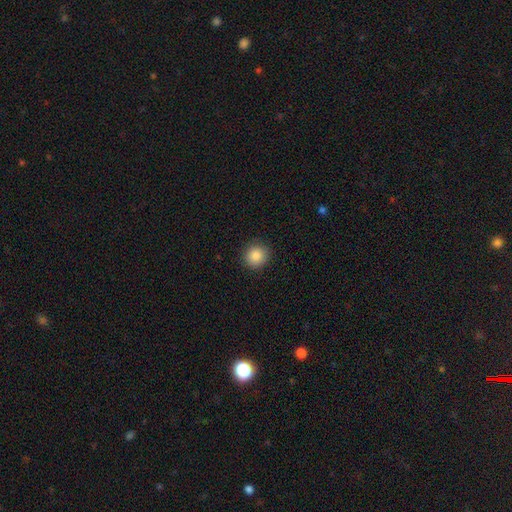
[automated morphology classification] smooth_or_featured: smooth (p=0.87) [alt: star or artifact p=0.09]
how_rounded: round (p=0.90) [alt: in between p=0.09]
merging: none (p=0.90) [alt: minor disturbance p=0.07]